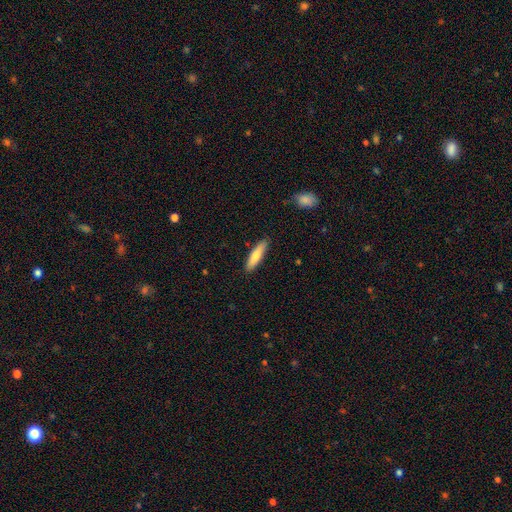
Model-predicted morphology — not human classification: smooth-or-featured: smooth: 76% | featured or disk: 19% | star or artifact: 6%
  how-rounded: cigar-shaped: 75% | in between: 24% | round: 1%
  merging: none: 88% | minor disturbance: 9% | major disturbance: 2% | merger: 1%